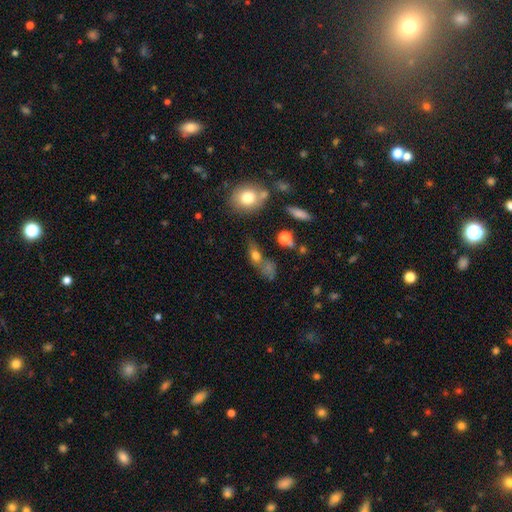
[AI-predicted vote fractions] smooth_or_featured: smooth (p=0.67) [alt: featured or disk p=0.18]
how_rounded: in between (p=0.58) [alt: round p=0.25]
merging: none (p=0.40) [alt: merger p=0.32]